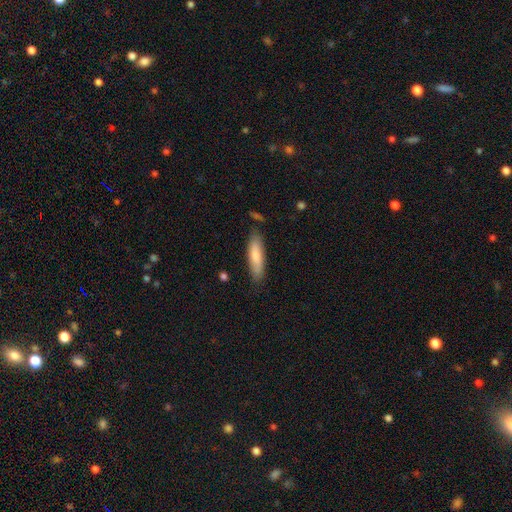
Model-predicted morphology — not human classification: The model was most divided on "how rounded": cigar-shaped: 69%, in between: 30%, round: 1%. More confident: merging — none (79%); smooth or featured — smooth (77%).